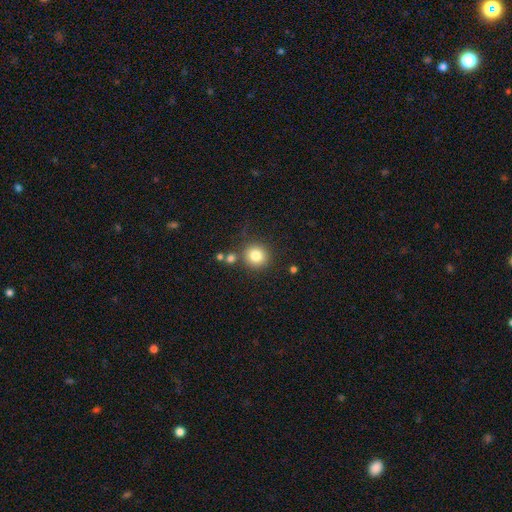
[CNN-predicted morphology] The model was most divided on "smooth or featured": smooth: 82%, star or artifact: 11%, featured or disk: 7%. More confident: how rounded — round (92%); merging — none (80%).